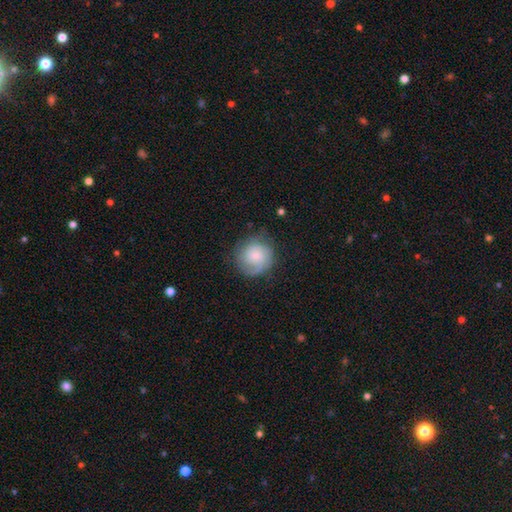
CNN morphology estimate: A smooth galaxy with no disk features (64%) that is round (91%).

Vote fractions:
- Smooth or featured? smooth: 64% / featured or disk: 29% / star or artifact: 7%
- How rounded? round: 91% / in between: 8% / cigar-shaped: 1%
- Merging? none: 69% / minor disturbance: 21% / major disturbance: 9% / merger: 1%